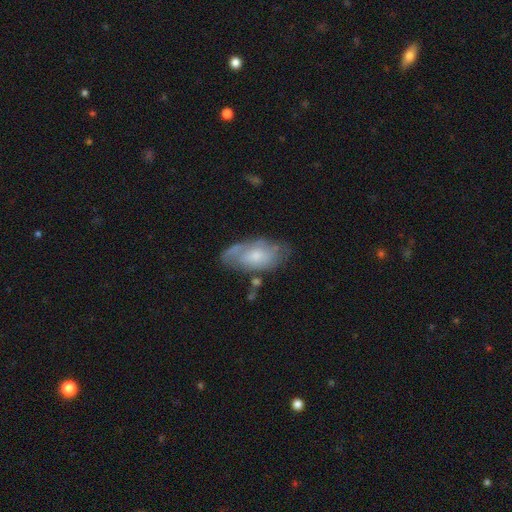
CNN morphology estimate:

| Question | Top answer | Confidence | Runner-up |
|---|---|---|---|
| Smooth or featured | featured or disk | 53% | smooth (41%) |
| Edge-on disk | no | 91% | yes (9%) |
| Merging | none | 57% | minor disturbance (27%) |